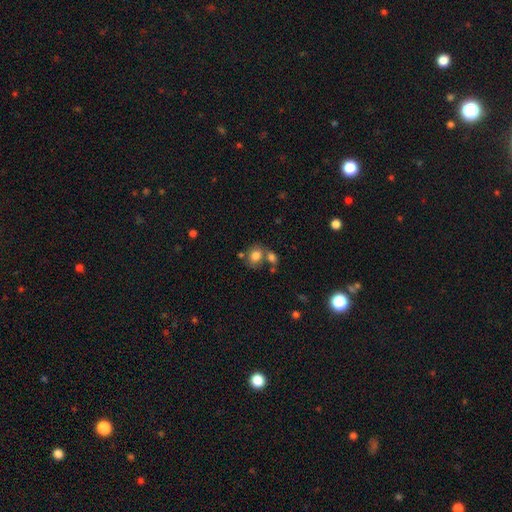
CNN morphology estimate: smooth_or_featured: smooth (p=0.79) [alt: featured or disk p=0.11]
how_rounded: in between (p=0.53) [alt: round p=0.46]
merging: none (p=0.48) [alt: merger p=0.33]